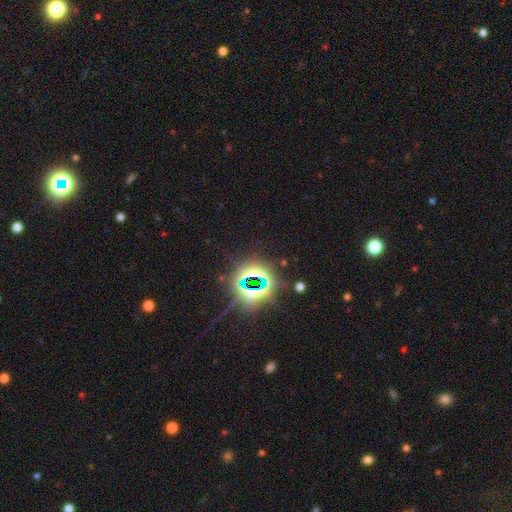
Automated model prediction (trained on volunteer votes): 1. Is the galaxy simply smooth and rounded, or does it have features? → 80% star or artifact, 10% smooth, 10% featured or disk.